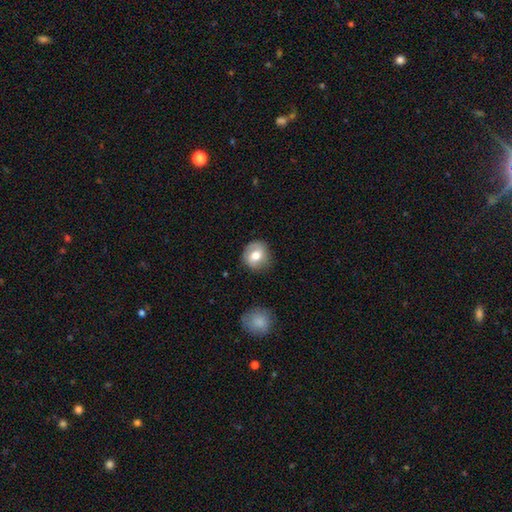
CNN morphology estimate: This is likely a smooth galaxy (67%). How rounded: clearly round (84%). Merging: clearly none (80%).